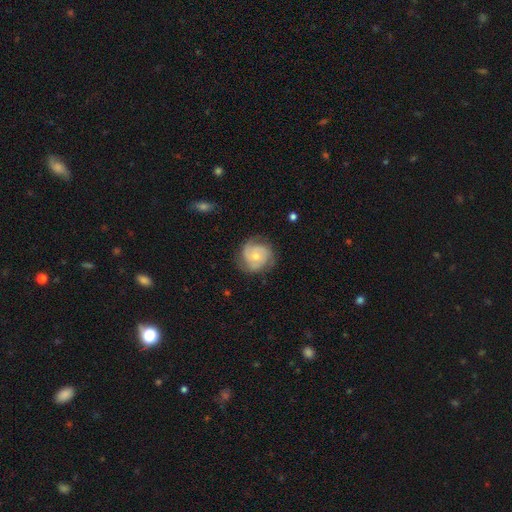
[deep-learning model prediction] This appears to be a featured or disk galaxy (68%) with no bar (78%), 3 (42%) tight (50%) spiral arms (91%) and a small central bulge (54%). Merging: none (72%).